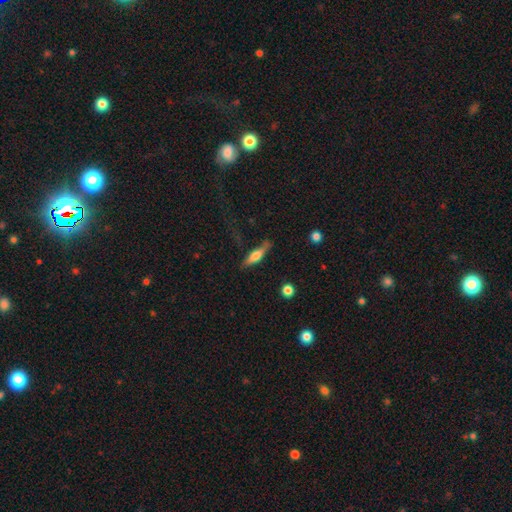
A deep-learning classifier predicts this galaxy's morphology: Q: Smooth or featured?
A: featured or disk (48%); runner-up: smooth (46%)
Q: Merging?
A: none (73%); runner-up: minor disturbance (18%)